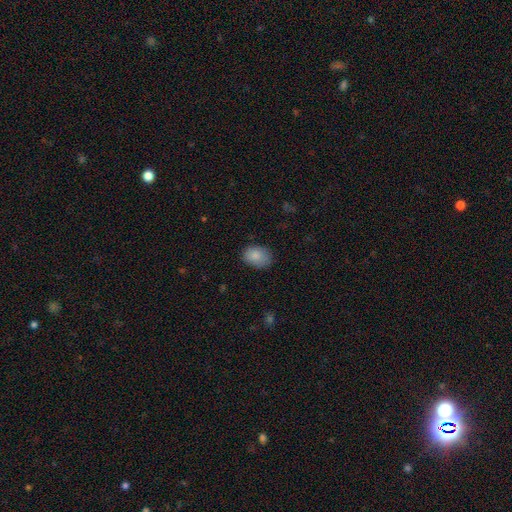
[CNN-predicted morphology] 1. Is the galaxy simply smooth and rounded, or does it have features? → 86% smooth, 8% star or artifact, 6% featured or disk.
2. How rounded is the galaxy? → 75% in between, 24% round, 1% cigar-shaped.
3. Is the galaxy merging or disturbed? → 78% none, 18% minor disturbance, 4% major disturbance, 1% merger.